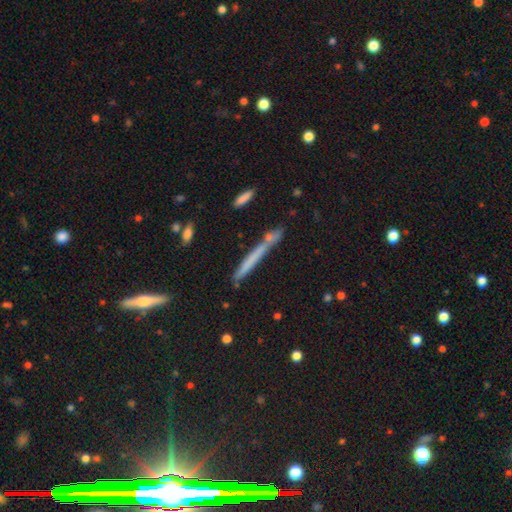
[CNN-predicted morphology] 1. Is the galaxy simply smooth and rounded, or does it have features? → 56% smooth, 35% featured or disk, 10% star or artifact.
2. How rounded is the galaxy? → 96% cigar-shaped, 2% in between, 2% round.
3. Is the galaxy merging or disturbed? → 76% none, 13% minor disturbance, 8% merger, 3% major disturbance.